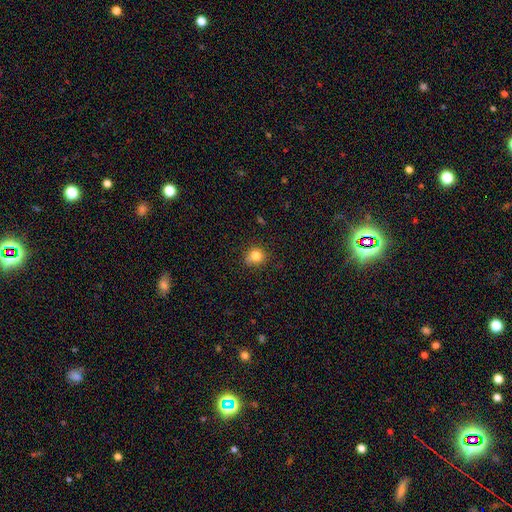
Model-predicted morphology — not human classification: smooth_or_featured: smooth (p=0.82) [alt: star or artifact p=0.12]
how_rounded: round (p=0.86) [alt: in between p=0.13]
merging: none (p=0.80) [alt: minor disturbance p=0.15]